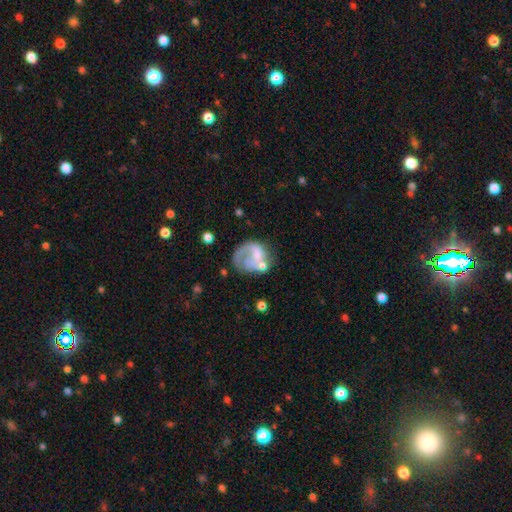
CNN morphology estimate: featured or disk 53%, smooth 39%, star or artifact 8%. Down the decision tree: edge-on disk — no (98%); bar — no (76%); spiral arms — no (52%); bulge size — none (43%); merging — none (35%).